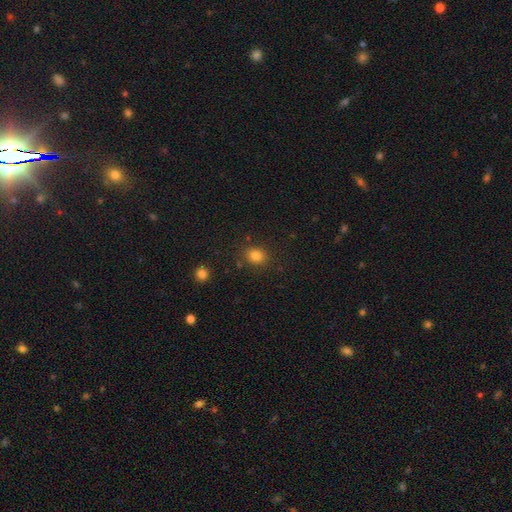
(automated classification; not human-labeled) Morphology: type=smooth (83%); roundness=round (64%); merging=none (83%).